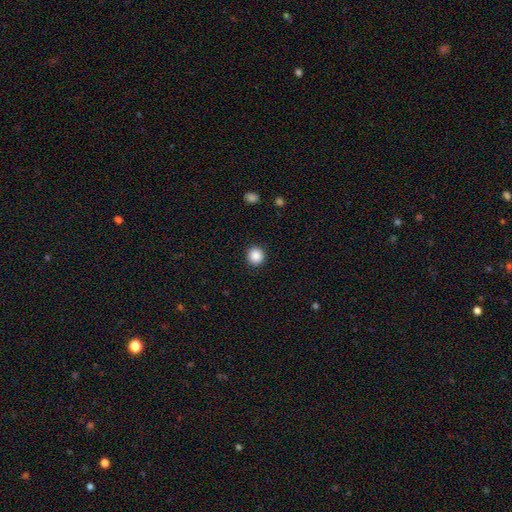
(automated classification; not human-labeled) Smooth or featured? Predicted: smooth (p=0.88). How rounded? Predicted: round (p=0.90). Merging? Predicted: none (p=0.91).